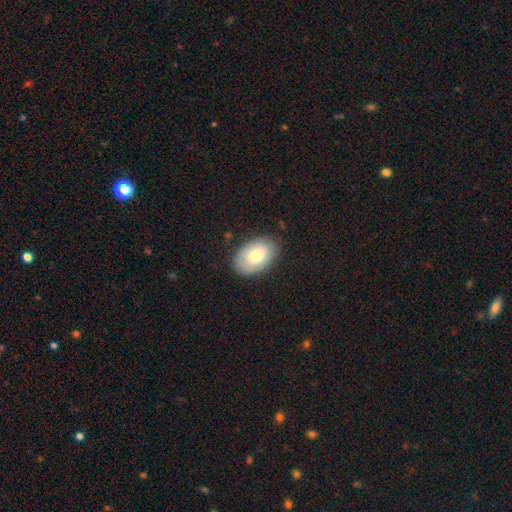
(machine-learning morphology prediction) smooth 74%, featured or disk 20%, star or artifact 7%. Down the decision tree: how rounded — in between (89%); merging — none (83%).